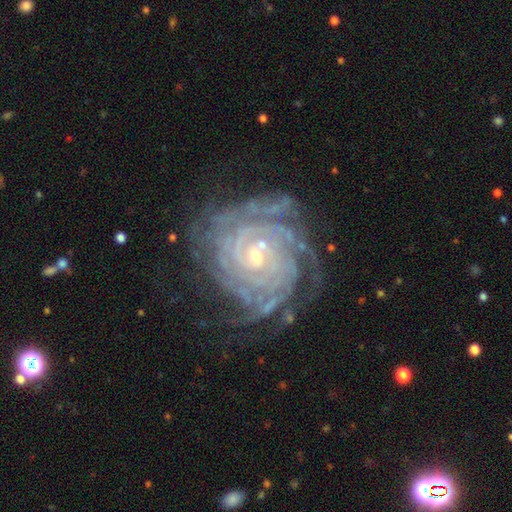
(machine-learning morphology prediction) A featured or disk galaxy (90%) with no bar (56%), can't tell (23%, tied with 4) tight (86%) spiral arms (98%) and a small central bulge (69%). Merging: none (71%).